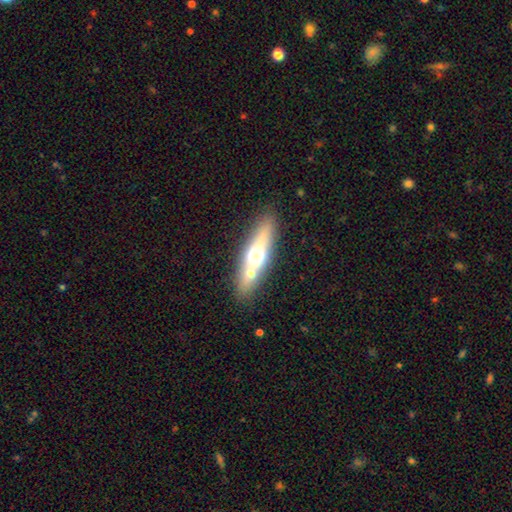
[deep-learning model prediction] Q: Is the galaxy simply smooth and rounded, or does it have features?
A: featured or disk — 47%.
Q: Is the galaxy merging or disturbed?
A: none — 76%.